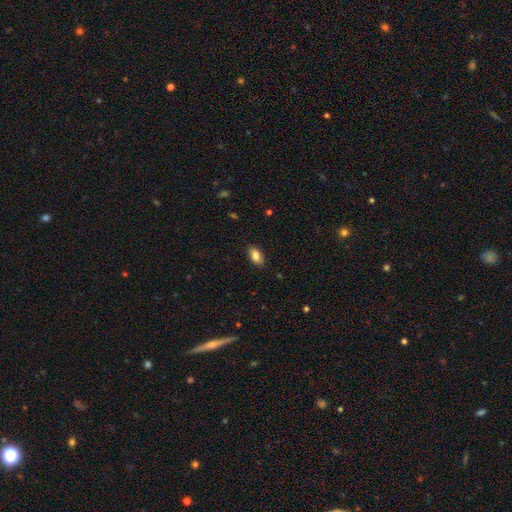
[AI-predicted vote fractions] A smooth galaxy with no disk features (85%) that is in between round and cigar-shaped (91%). Merging: none (86%).